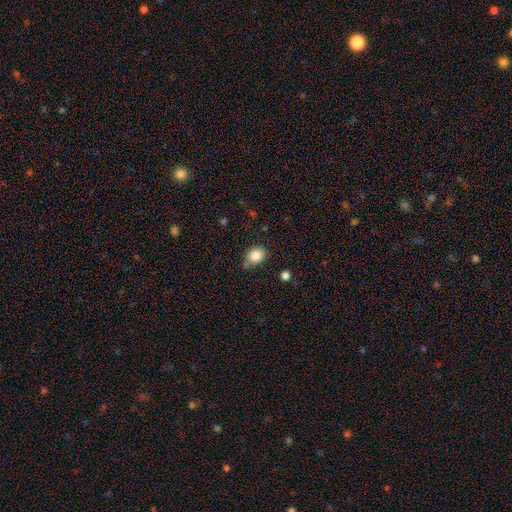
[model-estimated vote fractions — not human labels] This appears to be a smooth galaxy with no disk features (85%) that is in between round and cigar-shaped (65%). Merging: none (74%).